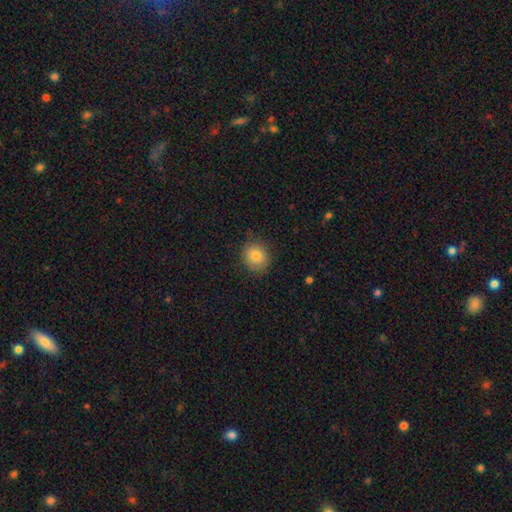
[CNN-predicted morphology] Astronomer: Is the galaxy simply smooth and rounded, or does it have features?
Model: smooth — 82%.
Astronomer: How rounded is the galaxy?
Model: round — 77%.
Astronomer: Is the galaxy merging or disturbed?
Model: none — 85%.